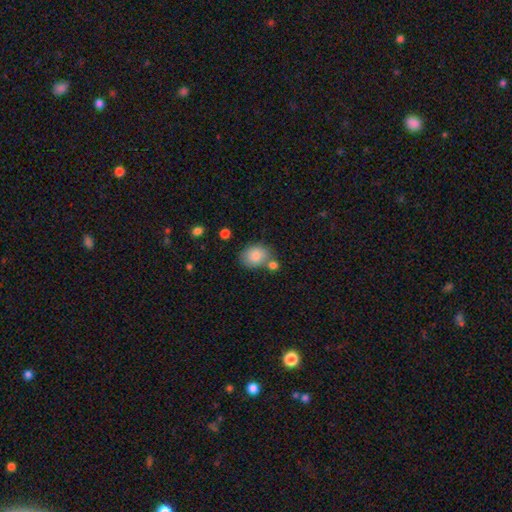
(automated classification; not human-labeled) A smooth galaxy with no disk features (83%) that is in between round and cigar-shaped (53%).

Vote fractions:
- Smooth or featured? smooth: 83% / featured or disk: 9% / star or artifact: 8%
- How rounded? in between: 53% / round: 46% / cigar-shaped: 1%
- Merging? none: 59% / merger: 22% / minor disturbance: 15% / major disturbance: 4%